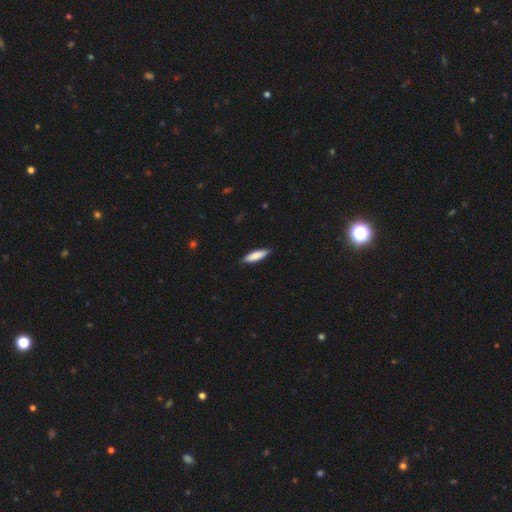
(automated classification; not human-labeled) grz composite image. It shows a smooth galaxy with no disk features (84%) that is cigar-shaped (66%). Merging: none (88%).